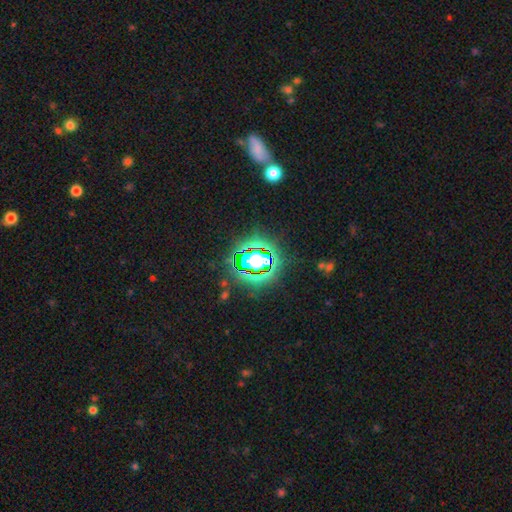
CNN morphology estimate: This is likely a star or artifact rather than a galaxy (76%).